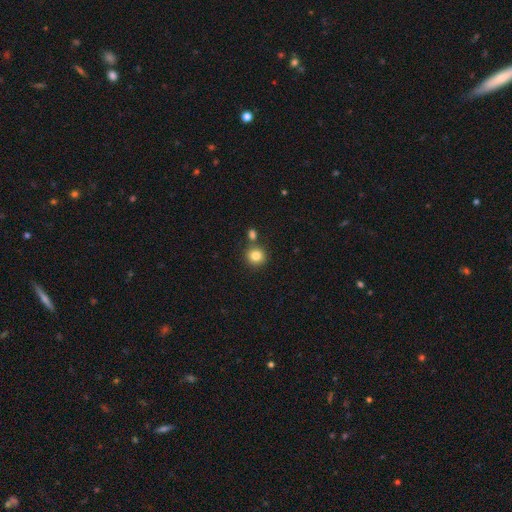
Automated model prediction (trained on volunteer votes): This is clearly a smooth galaxy (83%). How rounded: clearly round (89%). Merging: likely none (75%).